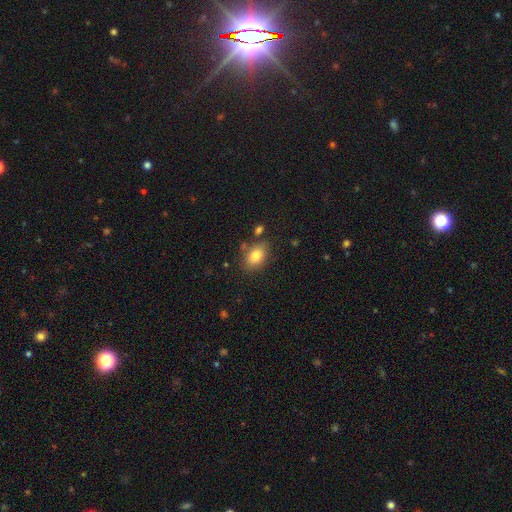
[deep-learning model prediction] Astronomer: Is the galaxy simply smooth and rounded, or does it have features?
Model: smooth — 81%.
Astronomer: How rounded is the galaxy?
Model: in between — 83%.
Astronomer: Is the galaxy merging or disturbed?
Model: none — 75%.